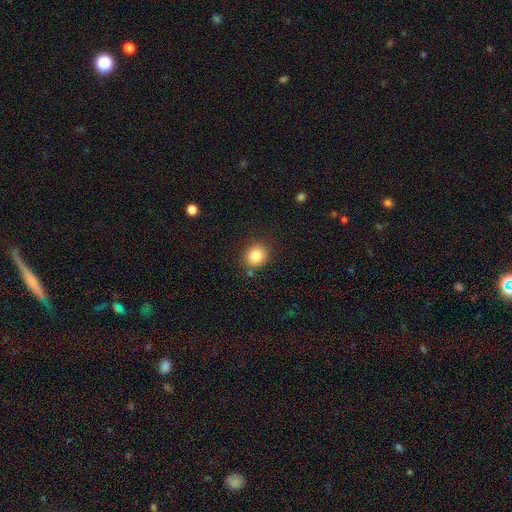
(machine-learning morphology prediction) Smooth or featured?
  - smooth: 83% *
  - star or artifact: 10%
  - featured or disk: 7%
How rounded?
  - round: 79% *
  - in between: 20%
  - cigar-shaped: 1%
Merging?
  - none: 86% *
  - minor disturbance: 9%
  - merger: 3%
  - major disturbance: 3%